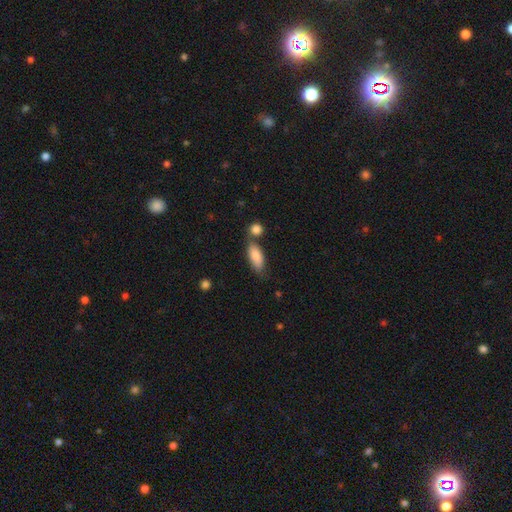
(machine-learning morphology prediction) The model was most divided on "merging": none: 56%, merger: 22%, minor disturbance: 17%, major disturbance: 5%. More confident: smooth or featured — smooth (84%); how rounded — in between (79%).